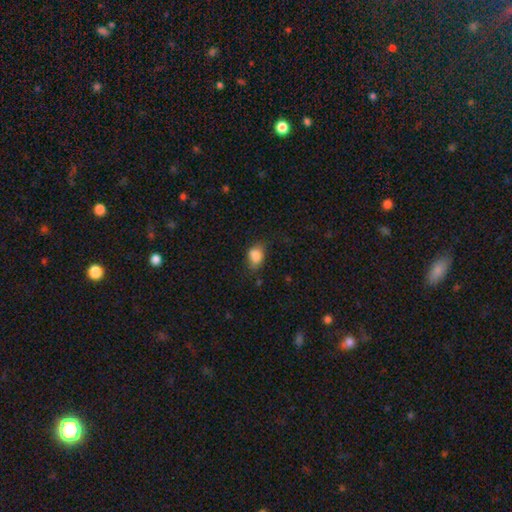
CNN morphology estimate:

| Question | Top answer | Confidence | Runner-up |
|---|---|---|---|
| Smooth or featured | smooth | 84% | star or artifact (9%) |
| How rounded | in between | 73% | round (26%) |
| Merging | none | 55% | minor disturbance (32%) |